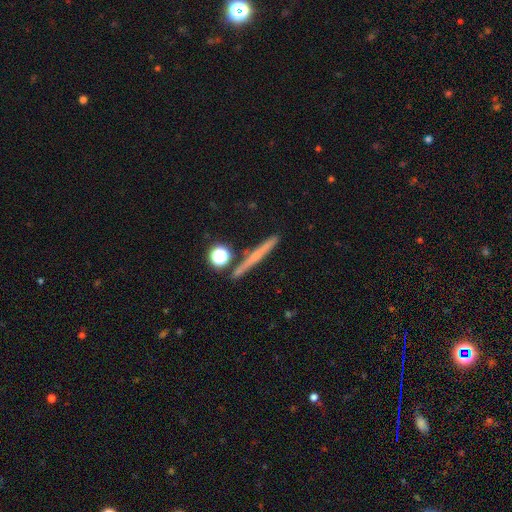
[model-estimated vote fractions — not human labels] Q: Smooth or featured?
A: smooth (45%); tied with: featured or disk (45%)
Q: Merging?
A: none (84%); runner-up: minor disturbance (8%)